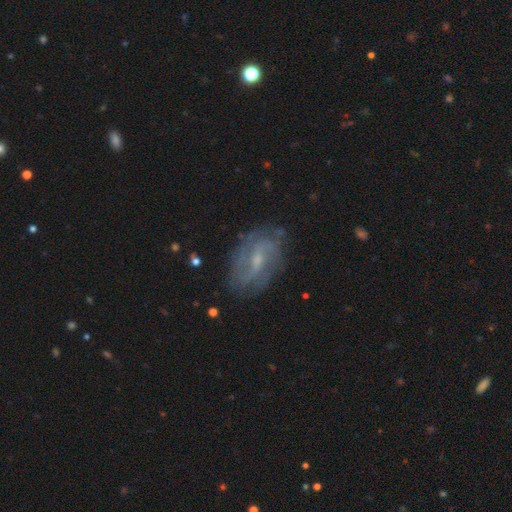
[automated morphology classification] type=featured or disk (70%); edge-on=no (94%); bar=weak (55%); spiral arms=yes (85%); winding=tight (40%); arm count=can't tell (41%); bulge=small (57%); merging=none (78%).